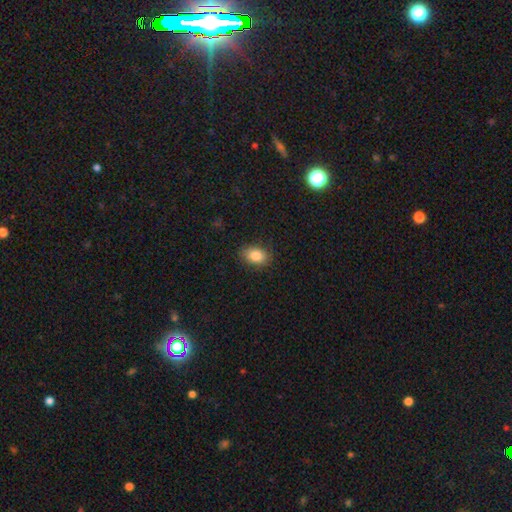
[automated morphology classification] A smooth galaxy with no disk features (84%) that is in between round and cigar-shaped (79%).

Vote fractions:
- Smooth or featured? smooth: 84% / star or artifact: 9% / featured or disk: 7%
- How rounded? in between: 79% / round: 19% / cigar-shaped: 1%
- Merging? none: 86% / minor disturbance: 11% / major disturbance: 3% / merger: 1%